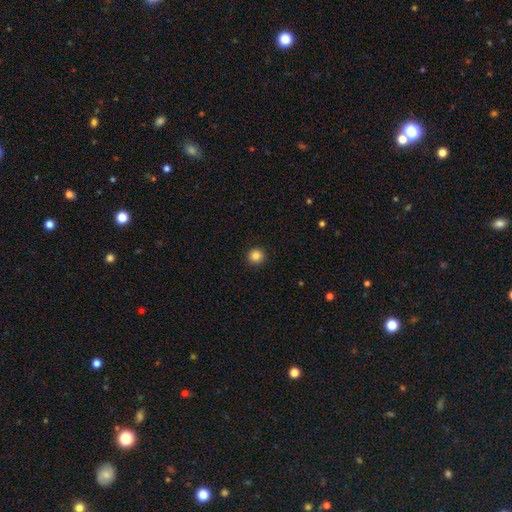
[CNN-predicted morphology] A smooth galaxy with no disk features (86%) that is round (95%).

Vote fractions:
- Smooth or featured? smooth: 86% / star or artifact: 11% / featured or disk: 3%
- How rounded? round: 95% / in between: 4% / cigar-shaped: 1%
- Merging? none: 93% / minor disturbance: 5% / major disturbance: 2% / merger: 1%